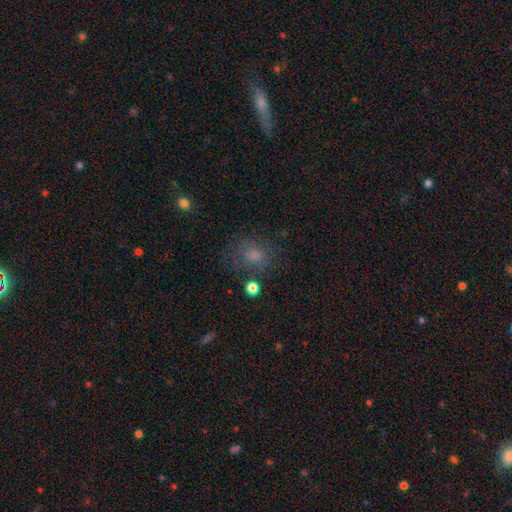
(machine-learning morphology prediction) Smooth or featured: smooth — 71% (star or artifact — 16%)
How rounded: round — 58% (in between — 41%)
Merging: none — 64% (minor disturbance — 19%)